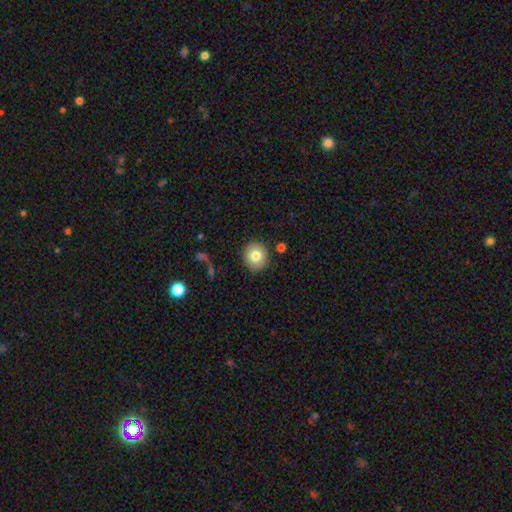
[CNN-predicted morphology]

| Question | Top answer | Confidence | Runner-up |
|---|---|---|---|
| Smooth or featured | smooth | 78% | featured or disk (13%) |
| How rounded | round | 88% | in between (11%) |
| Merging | none | 88% | minor disturbance (8%) |